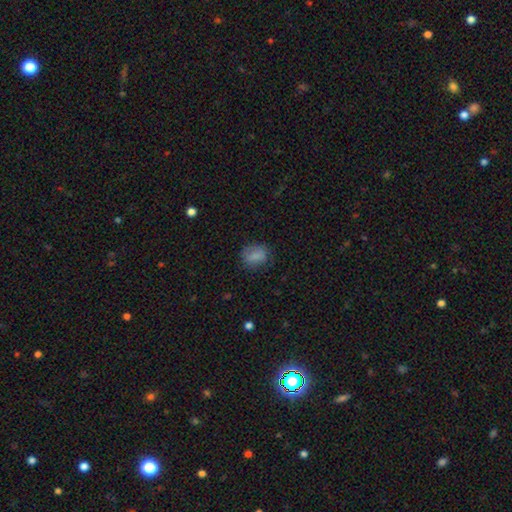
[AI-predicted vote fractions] Overall: smooth (78%). How rounded: in between (50%; round 48%). Merging: none (72%).